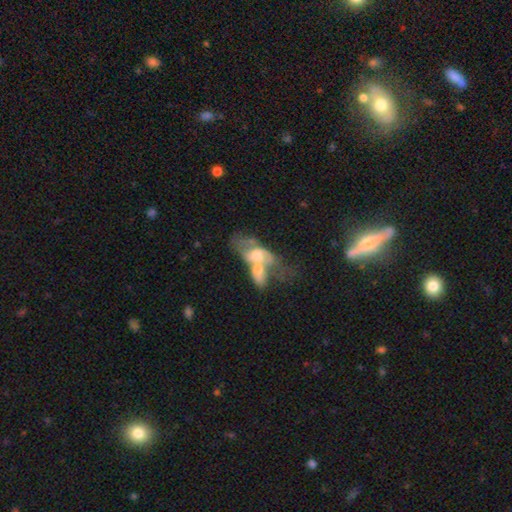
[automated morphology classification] Q: Smooth or featured?
A: featured or disk (58%); runner-up: smooth (32%)
Q: Edge-on disk?
A: no (84%); runner-up: yes (16%)
Q: Merging?
A: merger (65%); runner-up: none (14%)